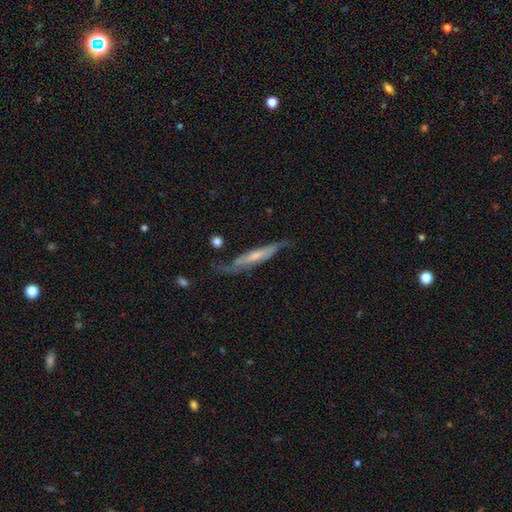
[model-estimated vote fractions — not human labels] The model was most divided on "smooth or featured": featured or disk: 60%, smooth: 34%, star or artifact: 6%. More confident: edge-on disk — yes (70%); merging — none (57%).